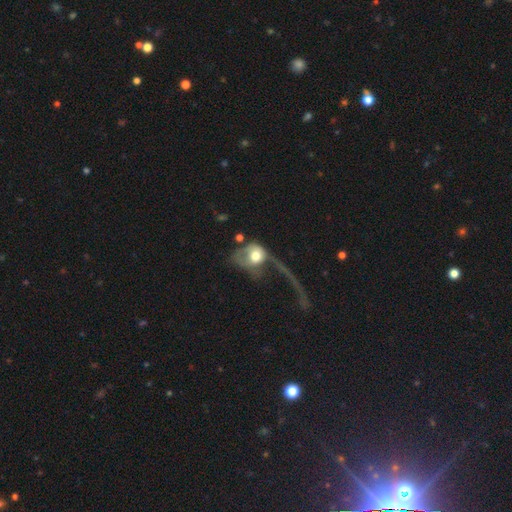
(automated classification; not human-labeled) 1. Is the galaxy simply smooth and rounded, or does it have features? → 54% smooth, 39% featured or disk, 8% star or artifact.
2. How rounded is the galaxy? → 50% round, 48% in between, 2% cigar-shaped.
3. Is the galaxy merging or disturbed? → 67% major disturbance, 12% merger, 11% none, 10% minor disturbance.